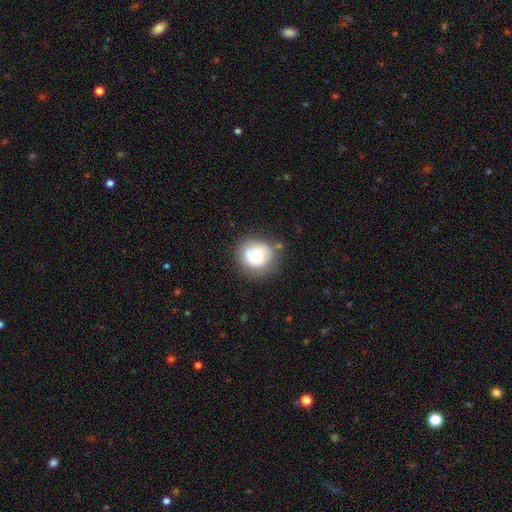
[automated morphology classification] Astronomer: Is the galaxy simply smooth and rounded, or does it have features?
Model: smooth — 66%.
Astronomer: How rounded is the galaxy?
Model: round — 83%.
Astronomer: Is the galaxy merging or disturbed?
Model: none — 66%.